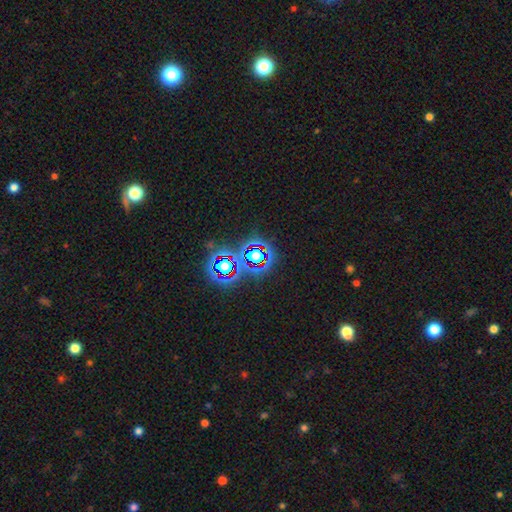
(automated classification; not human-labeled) star or artifact 72%, smooth 17%, featured or disk 11%.